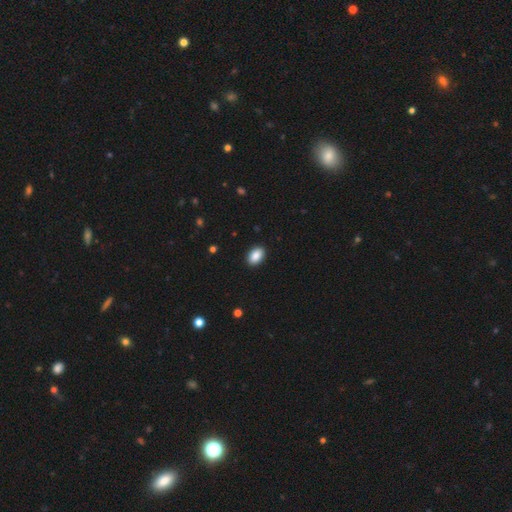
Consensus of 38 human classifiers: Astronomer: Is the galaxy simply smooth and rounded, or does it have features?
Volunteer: smooth — 89%.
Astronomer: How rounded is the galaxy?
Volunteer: in between — 94%.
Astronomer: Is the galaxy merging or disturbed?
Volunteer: none — 92%.